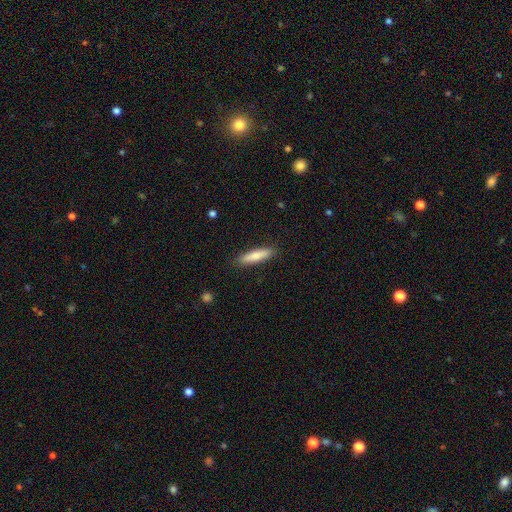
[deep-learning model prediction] Smooth or featured?
  - smooth: 74% *
  - featured or disk: 20%
  - star or artifact: 6%
How rounded?
  - cigar-shaped: 76% *
  - in between: 22%
  - round: 2%
Merging?
  - none: 88% *
  - minor disturbance: 9%
  - major disturbance: 2%
  - merger: 1%